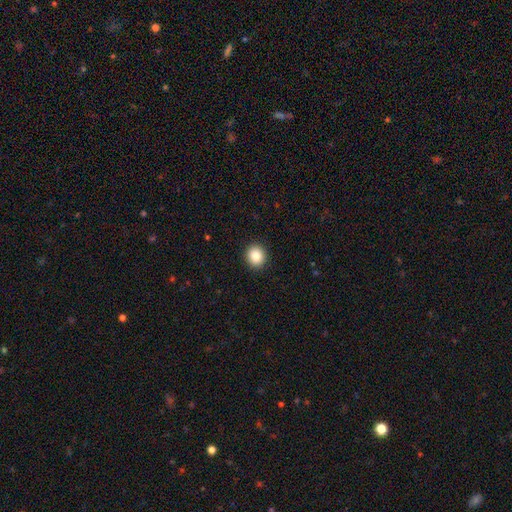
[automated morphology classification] The model was most divided on "how rounded": round: 83%, in between: 16%, cigar-shaped: 1%. More confident: merging — none (92%); smooth or featured — smooth (86%).